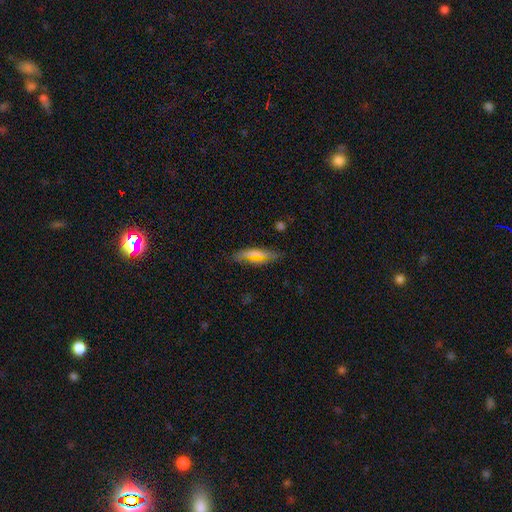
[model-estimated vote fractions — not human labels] A smooth galaxy with no disk features (66%) that is cigar-shaped (50%).

Vote fractions:
- Smooth or featured? smooth: 66% / featured or disk: 21% / star or artifact: 13%
- How rounded? cigar-shaped: 50% / in between: 45% / round: 4%
- Merging? none: 79% / minor disturbance: 15% / major disturbance: 4% / merger: 2%